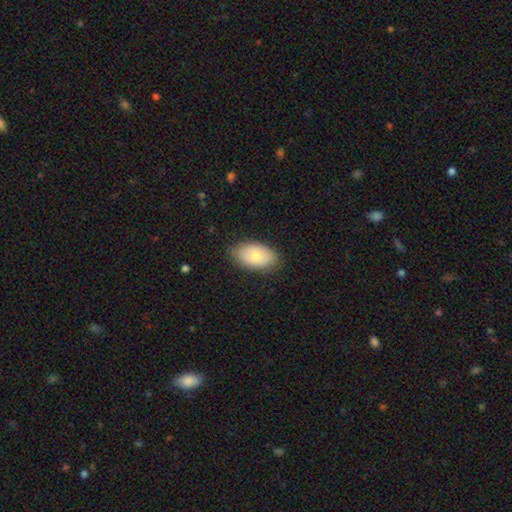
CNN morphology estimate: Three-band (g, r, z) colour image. It shows a smooth galaxy with no disk features (73%) that is in between round and cigar-shaped (93%). Merging: none (82%).